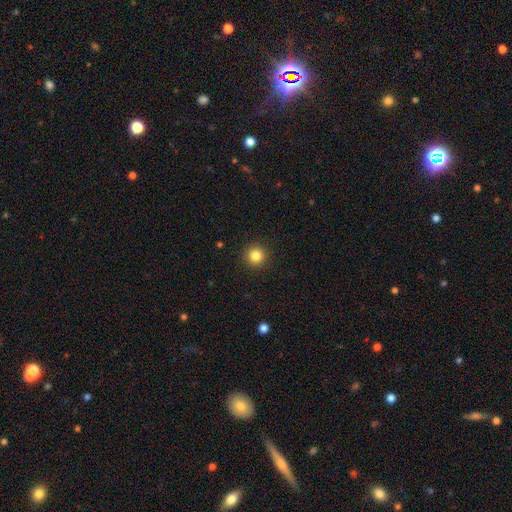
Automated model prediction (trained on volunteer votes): Smooth or featured: smooth — 84% (star or artifact — 11%)
How rounded: round — 95% (in between — 4%)
Merging: none — 92% (minor disturbance — 5%)